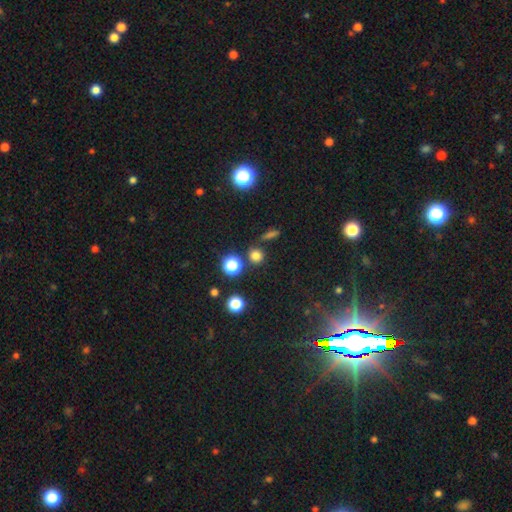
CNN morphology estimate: The model was most divided on "smooth or featured": smooth: 73%, star or artifact: 21%, featured or disk: 6%. More confident: how rounded — round (90%); merging — none (80%).